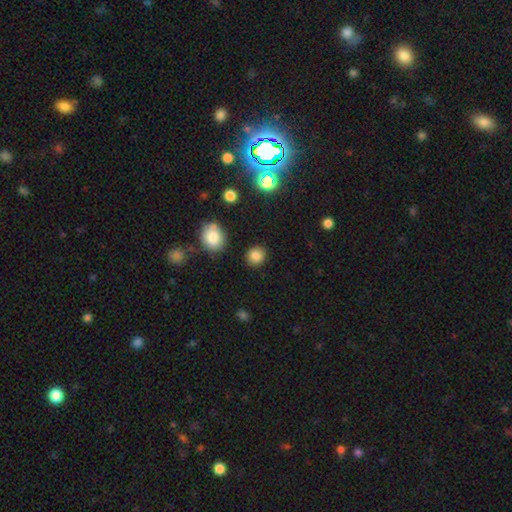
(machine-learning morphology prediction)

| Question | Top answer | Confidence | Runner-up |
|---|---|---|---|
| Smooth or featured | smooth | 84% | star or artifact (11%) |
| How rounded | round | 82% | in between (17%) |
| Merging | none | 88% | minor disturbance (7%) |